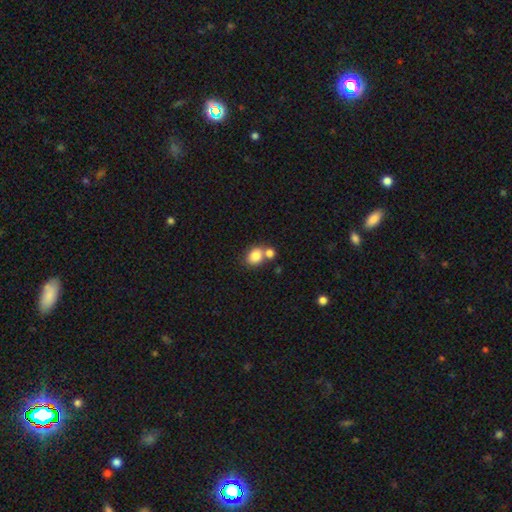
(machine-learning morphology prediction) This is clearly a smooth galaxy (83%). How rounded: likely round (62%). Merging: possibly none (49%).